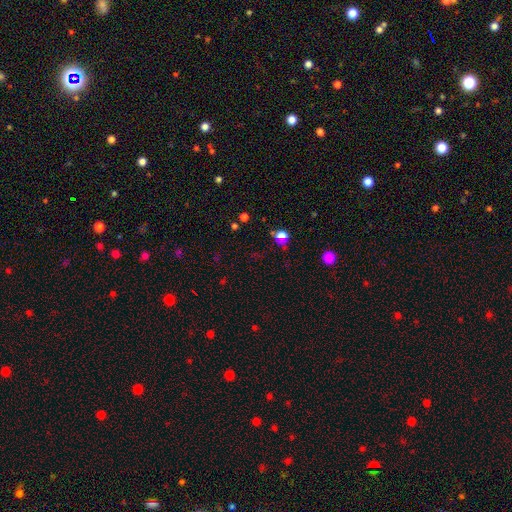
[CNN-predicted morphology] star or artifact 63%, smooth 28%, featured or disk 8%.